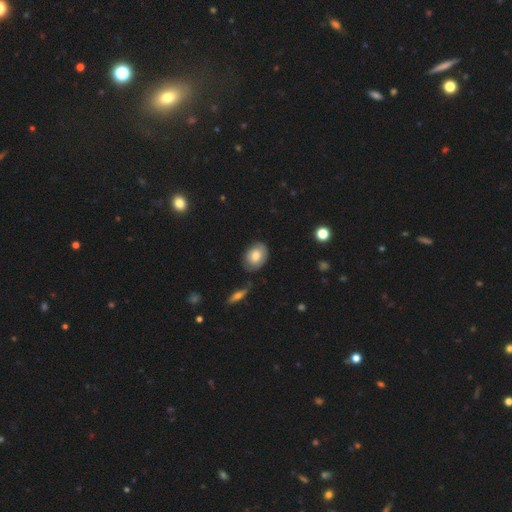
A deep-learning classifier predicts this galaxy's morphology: Overall: smooth (74%). How rounded: in between (78%). Merging: none (73%).